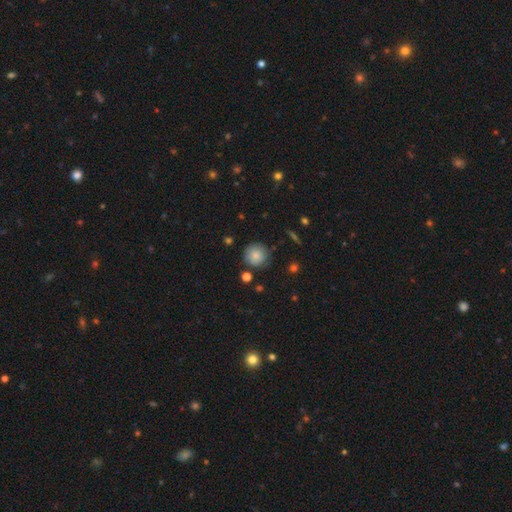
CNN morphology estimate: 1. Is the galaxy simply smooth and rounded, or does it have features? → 80% smooth, 11% featured or disk, 9% star or artifact.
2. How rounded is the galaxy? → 93% round, 6% in between, 1% cigar-shaped.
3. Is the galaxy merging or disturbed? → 79% none, 14% minor disturbance, 4% major disturbance, 3% merger.